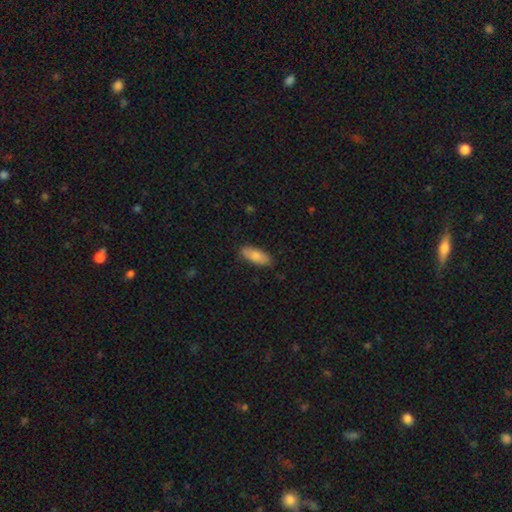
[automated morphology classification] The model was most divided on "how rounded": in between: 75%, cigar-shaped: 24%, round: 2%. More confident: merging — none (85%); smooth or featured — smooth (83%).